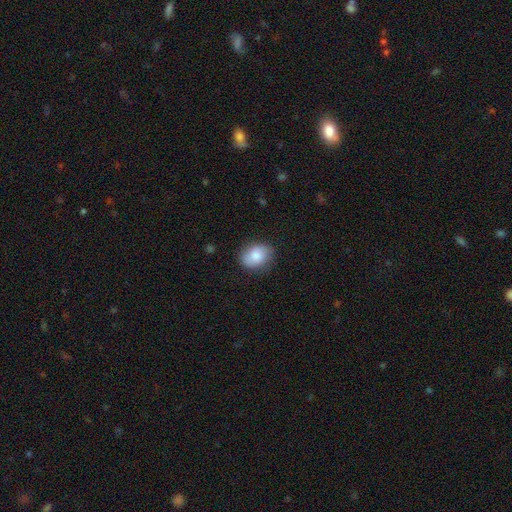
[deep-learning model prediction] Overall: smooth (80%). How rounded: in between (61%; round 38%). Merging: none (81%).